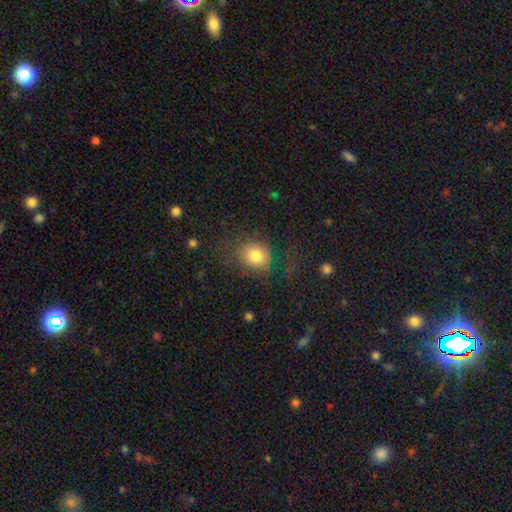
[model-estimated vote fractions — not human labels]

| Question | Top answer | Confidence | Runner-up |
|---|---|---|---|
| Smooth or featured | smooth | 80% | star or artifact (11%) |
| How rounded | round | 72% | in between (27%) |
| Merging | none | 65% | minor disturbance (17%) |